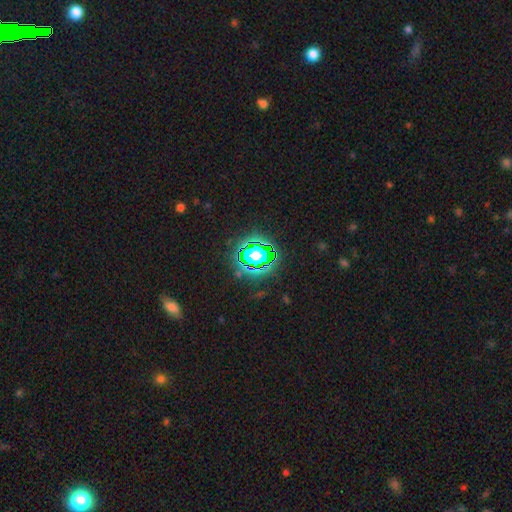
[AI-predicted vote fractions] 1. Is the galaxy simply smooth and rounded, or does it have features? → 78% star or artifact, 14% smooth, 7% featured or disk.